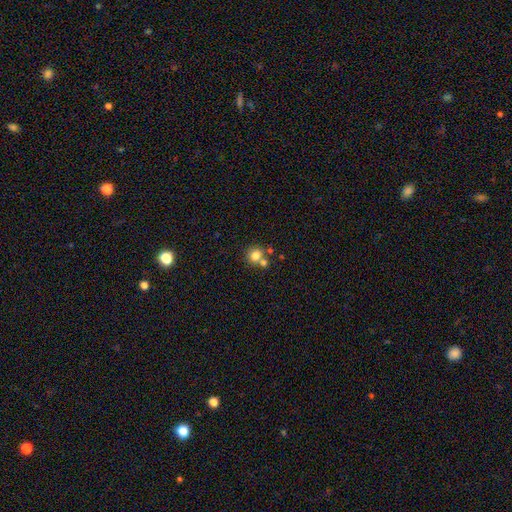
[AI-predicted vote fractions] smooth_or_featured: smooth (p=0.78) [alt: star or artifact p=0.12]
how_rounded: round (p=0.86) [alt: in between p=0.13]
merging: none (p=0.57) [alt: merger p=0.33]